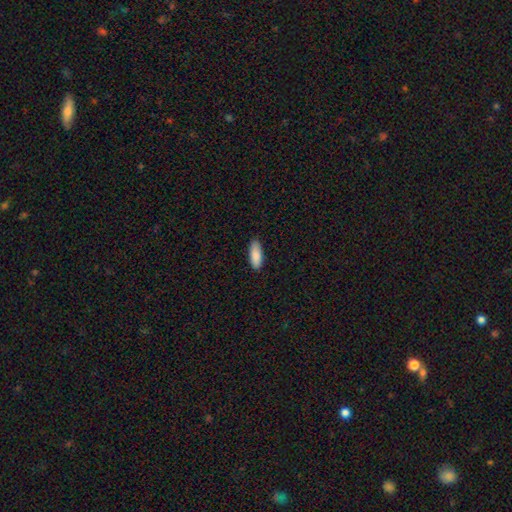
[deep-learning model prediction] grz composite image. It shows a smooth galaxy with no disk features (89%) that is in between round and cigar-shaped (73%). Merging: none (87%).